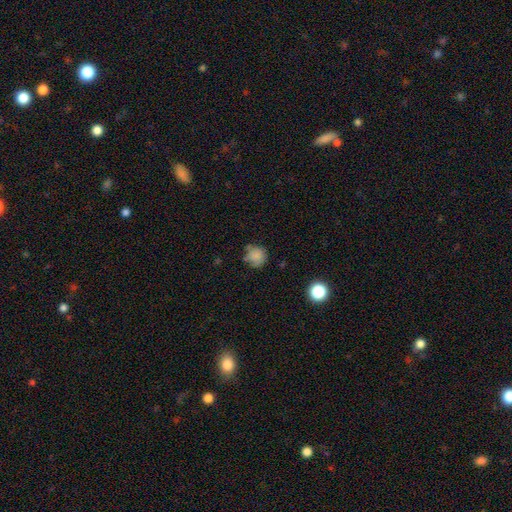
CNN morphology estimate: Smooth or featured?
  - smooth: 82% *
  - star or artifact: 11%
  - featured or disk: 8%
How rounded?
  - round: 85% *
  - in between: 14%
  - cigar-shaped: 1%
Merging?
  - none: 62% *
  - minor disturbance: 25%
  - major disturbance: 7%
  - merger: 5%